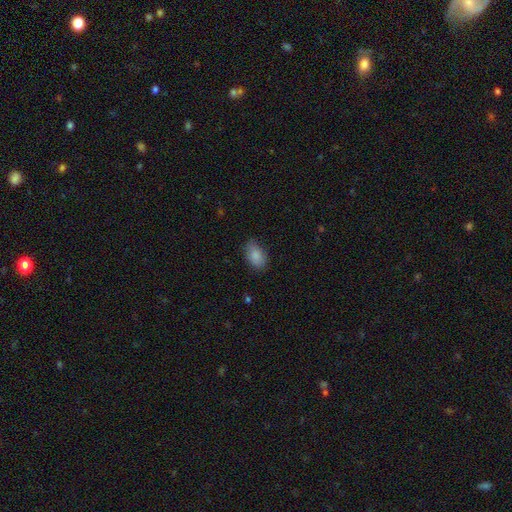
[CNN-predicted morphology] A smooth galaxy with no disk features (87%) that is in between round and cigar-shaped (91%).

Vote fractions:
- Smooth or featured? smooth: 87% / star or artifact: 7% / featured or disk: 5%
- How rounded? in between: 91% / round: 7% / cigar-shaped: 2%
- Merging? none: 77% / minor disturbance: 18% / major disturbance: 4% / merger: 1%